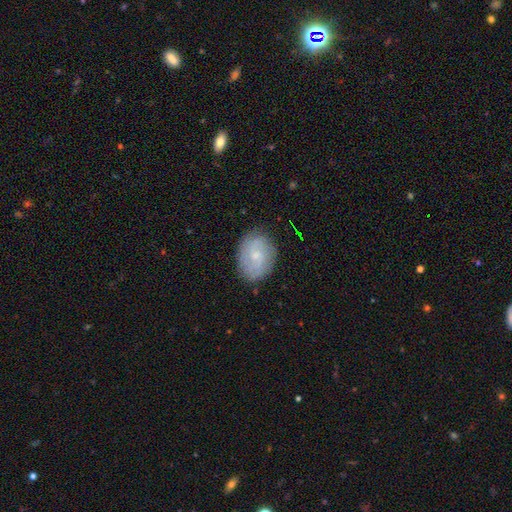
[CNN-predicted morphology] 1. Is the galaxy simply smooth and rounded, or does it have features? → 57% featured or disk, 35% smooth, 7% star or artifact.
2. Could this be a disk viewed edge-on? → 97% no, 3% yes.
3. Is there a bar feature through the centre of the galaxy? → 68% no, 29% weak, 3% strong.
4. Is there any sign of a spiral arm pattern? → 86% yes, 14% no.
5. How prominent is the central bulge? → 64% small, 29% moderate, 5% none, 1% large, 1% dominant.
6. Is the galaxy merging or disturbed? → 80% none, 15% minor disturbance, 4% major disturbance, 1% merger.